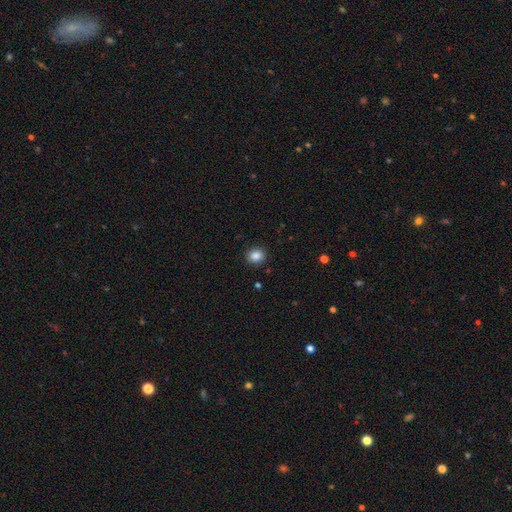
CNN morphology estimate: Smooth or featured? smooth (86%)
How rounded? round (79%)
Merging? none (91%)